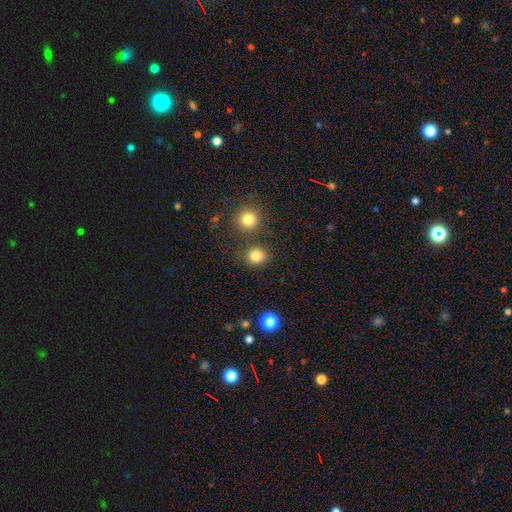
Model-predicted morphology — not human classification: The model was most divided on "how rounded": round: 80%, in between: 19%, cigar-shaped: 1%. More confident: smooth or featured — smooth (83%); merging — none (81%).